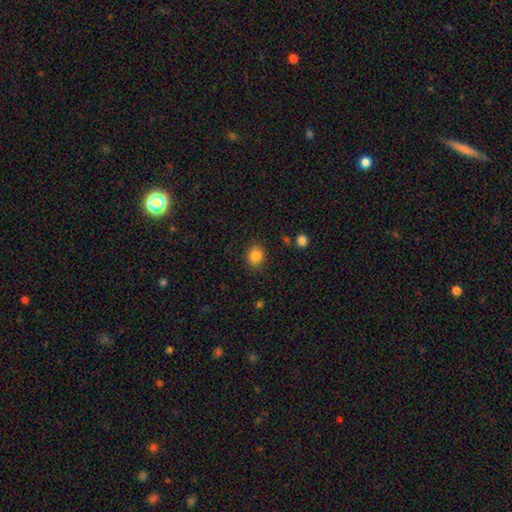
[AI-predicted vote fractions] Smooth or featured?
  - smooth: 85% *
  - star or artifact: 10%
  - featured or disk: 5%
How rounded?
  - round: 67% *
  - in between: 32%
  - cigar-shaped: 1%
Merging?
  - none: 86% *
  - minor disturbance: 10%
  - major disturbance: 3%
  - merger: 2%